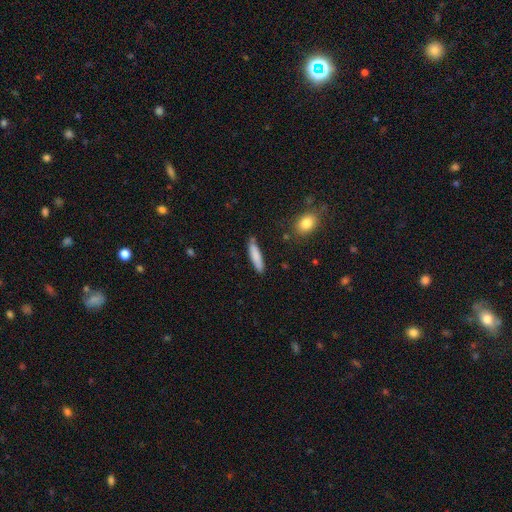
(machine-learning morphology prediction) Smooth or featured?
  - smooth: 82% *
  - featured or disk: 12%
  - star or artifact: 6%
How rounded?
  - cigar-shaped: 81% *
  - in between: 18%
  - round: 1%
Merging?
  - none: 81% *
  - minor disturbance: 14%
  - major disturbance: 3%
  - merger: 2%